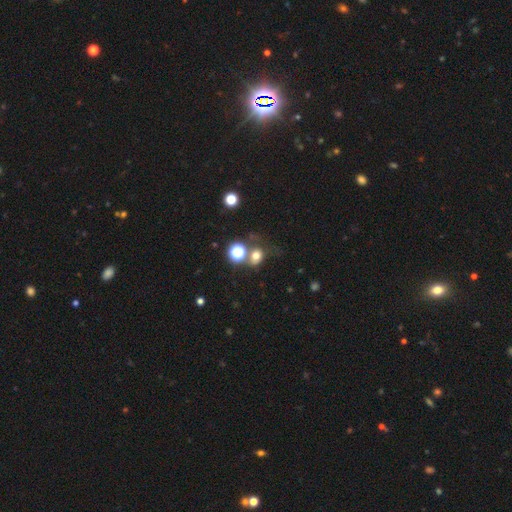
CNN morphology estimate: smooth 68%, star or artifact 21%, featured or disk 11%. Down the decision tree: how rounded — round (63%); merging — none (51%).